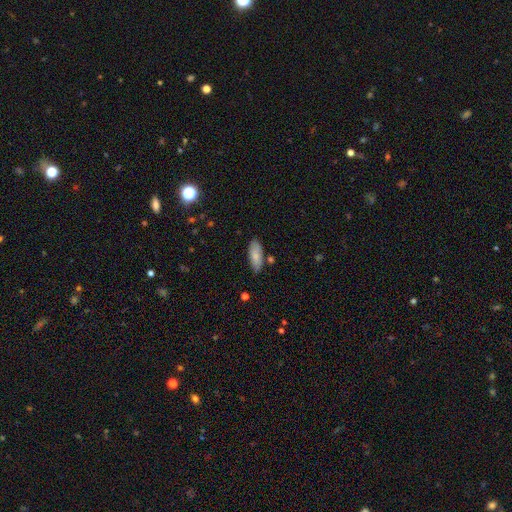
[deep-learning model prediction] Morphology: type=smooth (82%); roundness=in between (77%); merging=none (78%).